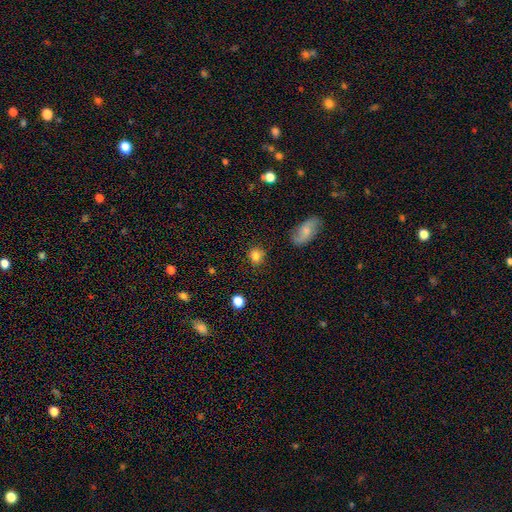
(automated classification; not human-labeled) Overall: smooth (81%). How rounded: round (74%). Merging: none (83%).